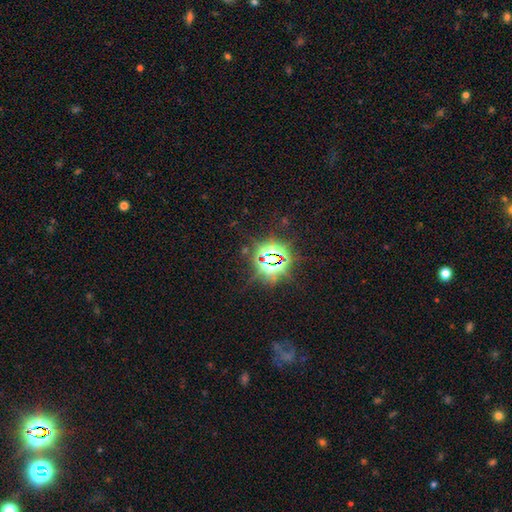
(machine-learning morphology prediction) Smooth or featured?
  - star or artifact: 82% *
  - smooth: 11%
  - featured or disk: 7%